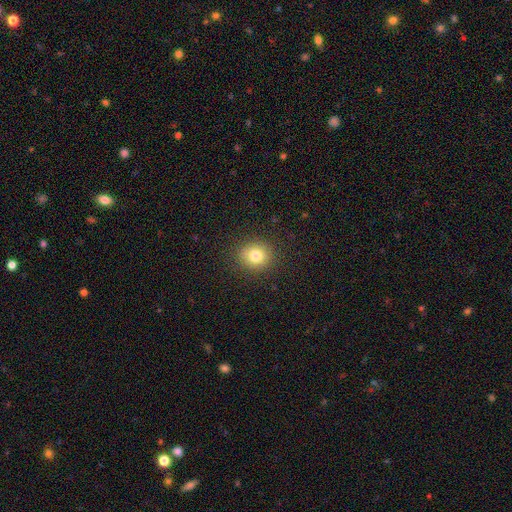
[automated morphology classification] smooth_or_featured: smooth (p=0.79) [alt: star or artifact p=0.12]
how_rounded: round (p=0.82) [alt: in between p=0.17]
merging: none (p=0.89) [alt: minor disturbance p=0.07]